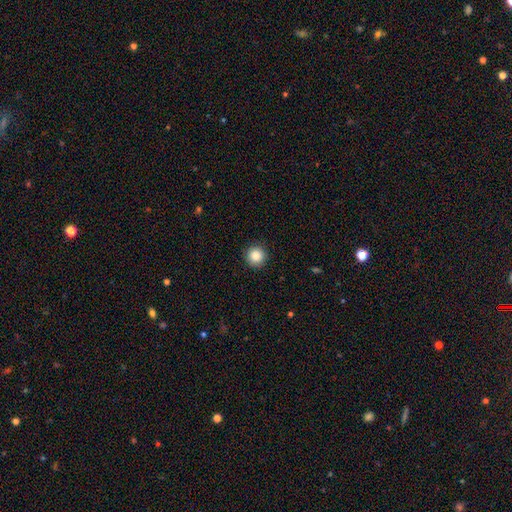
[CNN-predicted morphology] smooth-or-featured: smooth: 87% | star or artifact: 9% | featured or disk: 4%
  how-rounded: round: 96% | in between: 3% | cigar-shaped: 1%
  merging: none: 92% | minor disturbance: 5% | major disturbance: 2% | merger: 1%